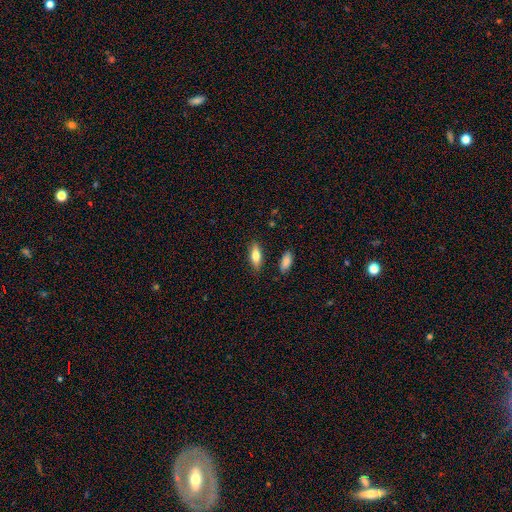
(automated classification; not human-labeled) The model was most divided on "how rounded": in between: 64%, cigar-shaped: 33%, round: 2%. More confident: merging — none (84%); smooth or featured — smooth (73%).